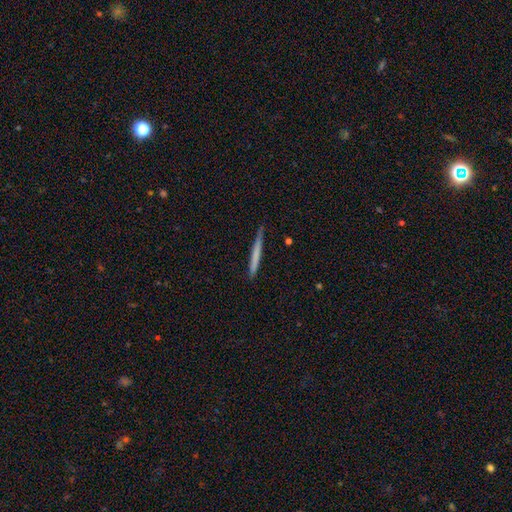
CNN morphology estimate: Smooth or featured? smooth (61%)
How rounded? cigar-shaped (97%)
Merging? none (84%)